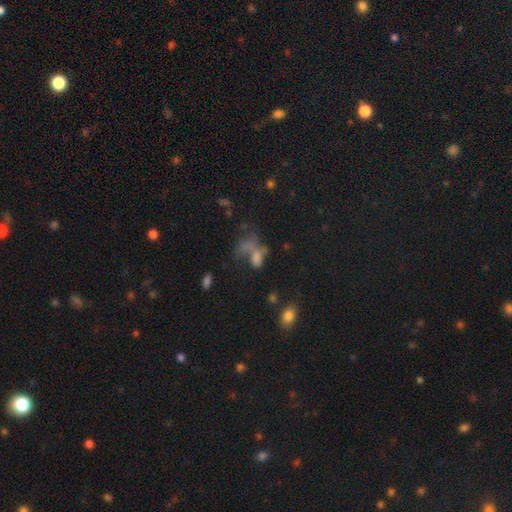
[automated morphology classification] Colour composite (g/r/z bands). It shows a smooth galaxy with no disk features (47%). Merging: major disturbance (33%).